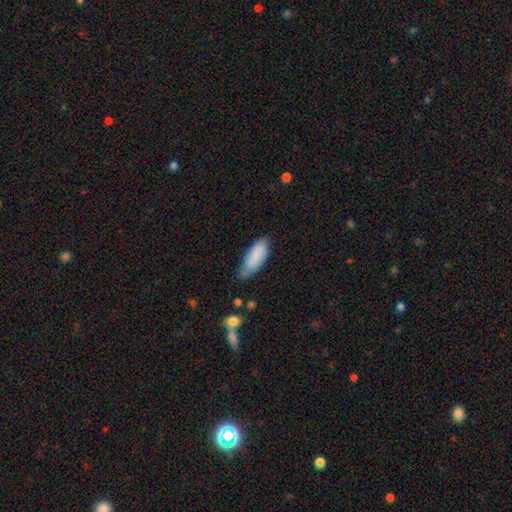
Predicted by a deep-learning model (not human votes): The model was most divided on "merging": none: 53%, minor disturbance: 36%, major disturbance: 8%, merger: 3%. More confident: smooth or featured — smooth (79%); how rounded — in between (77%).